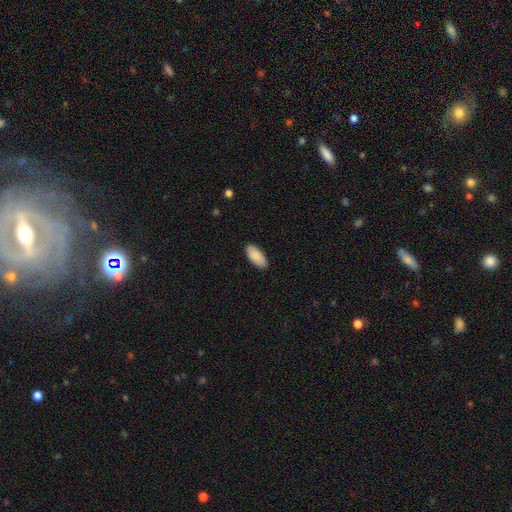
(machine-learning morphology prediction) The model was most divided on "merging": none: 89%, minor disturbance: 9%, major disturbance: 2%, merger: 1%. More confident: how rounded — in between (91%); smooth or featured — smooth (88%).